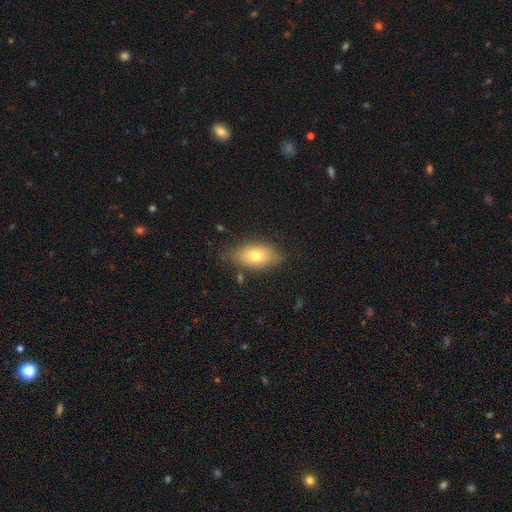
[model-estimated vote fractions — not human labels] This appears to be a smooth galaxy with no disk features (72%) that is in between round and cigar-shaped (87%). Merging: none (76%).